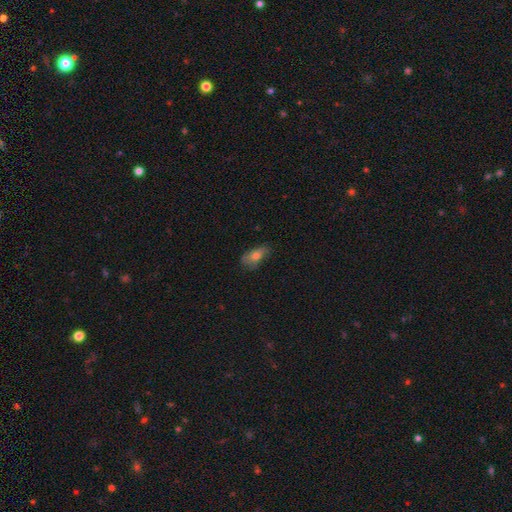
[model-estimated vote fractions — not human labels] Morphology: type=smooth (66%); roundness=in between (84%); merging=none (59%).